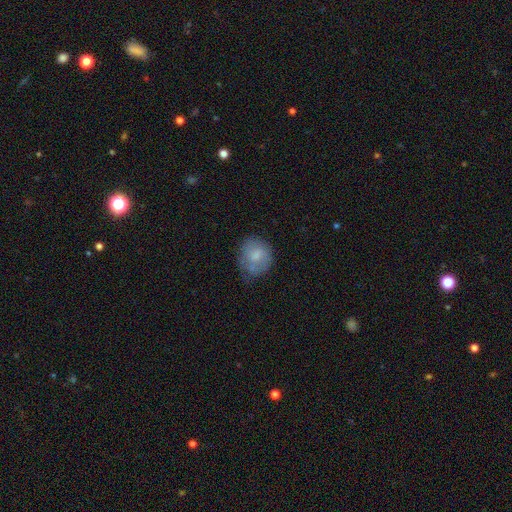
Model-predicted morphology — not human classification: Smooth or featured: smooth — 70% (featured or disk — 23%)
How rounded: round — 66% (in between — 33%)
Merging: none — 53% (minor disturbance — 31%)